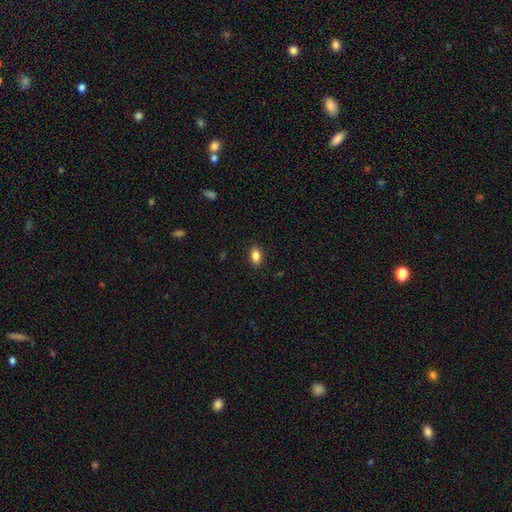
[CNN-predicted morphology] Q: Smooth or featured?
A: smooth (86%); runner-up: star or artifact (9%)
Q: How rounded?
A: in between (88%); runner-up: round (8%)
Q: Merging?
A: none (87%); runner-up: minor disturbance (9%)